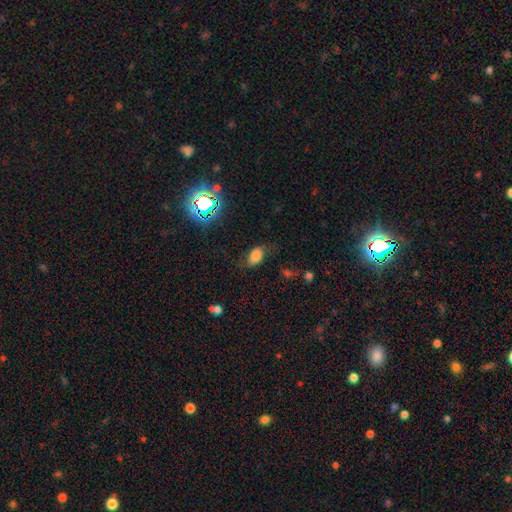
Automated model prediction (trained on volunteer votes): A smooth galaxy with no disk features (67%) that is in between round and cigar-shaped (88%).

Vote fractions:
- Smooth or featured? smooth: 67% / featured or disk: 19% / star or artifact: 14%
- How rounded? in between: 88% / round: 10% / cigar-shaped: 2%
- Merging? none: 61% / minor disturbance: 23% / major disturbance: 13% / merger: 2%